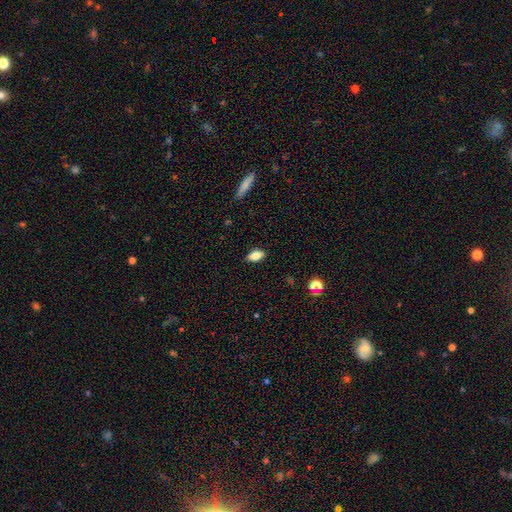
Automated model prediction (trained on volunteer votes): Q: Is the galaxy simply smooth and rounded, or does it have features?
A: smooth — 82%.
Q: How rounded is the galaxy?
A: in between — 87%.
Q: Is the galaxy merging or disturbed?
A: none — 87%.